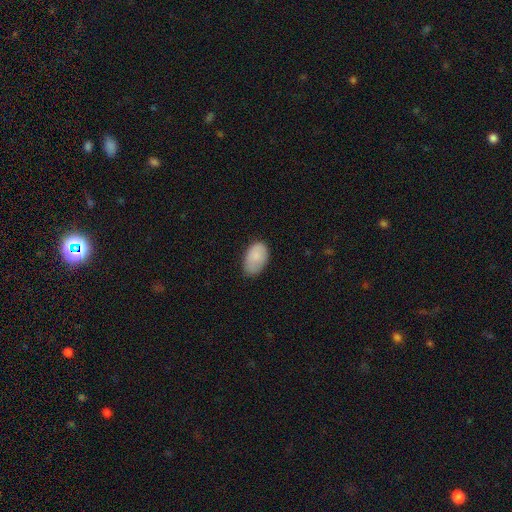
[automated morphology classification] Smooth or featured?
  - smooth: 85% *
  - featured or disk: 8%
  - star or artifact: 7%
How rounded?
  - in between: 93% *
  - round: 6%
  - cigar-shaped: 1%
Merging?
  - none: 62% *
  - minor disturbance: 31%
  - major disturbance: 6%
  - merger: 1%